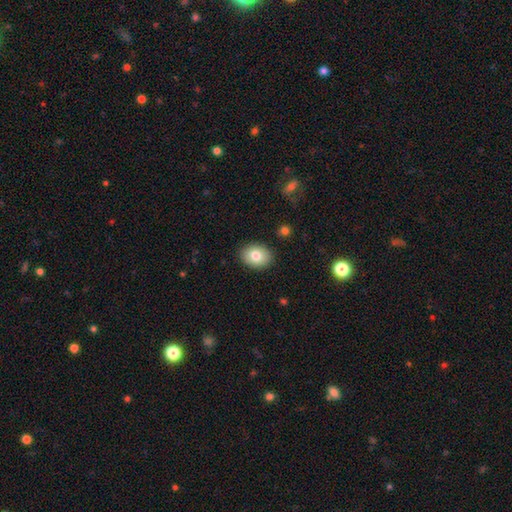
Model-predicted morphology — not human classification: smooth 80%, featured or disk 12%, star or artifact 8%. Down the decision tree: how rounded — in between (63%); merging — none (89%).